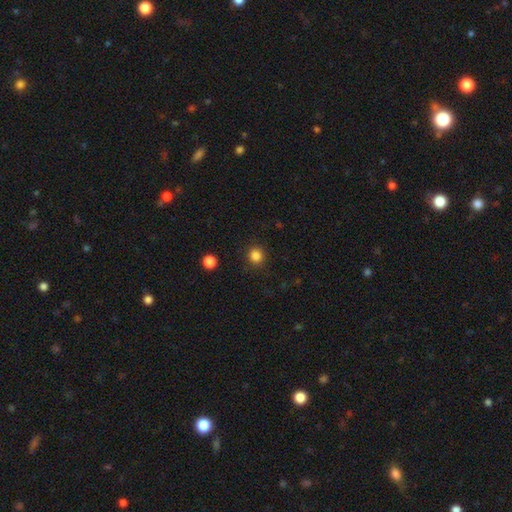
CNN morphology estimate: smooth 85%, star or artifact 12%, featured or disk 3%. Down the decision tree: how rounded — round (89%); merging — none (90%).